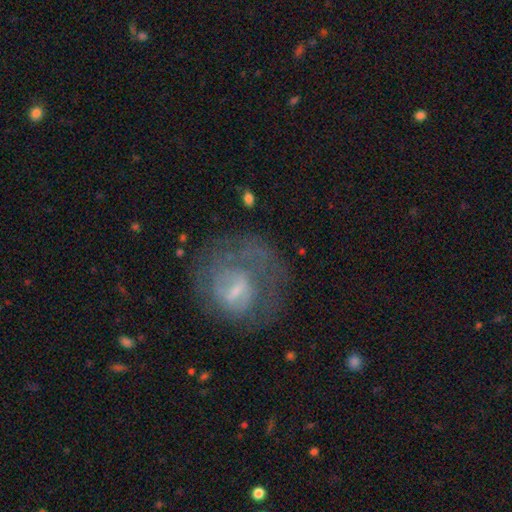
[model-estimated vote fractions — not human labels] Smooth or featured? Predicted: featured or disk (p=0.57). Edge-on disk? Predicted: no (p=0.97). Bar? Predicted: no (p=0.49). Spiral arms? Predicted: yes (p=0.70). Bulge size? Predicted: small (p=0.45). Merging? Predicted: none (p=0.65).